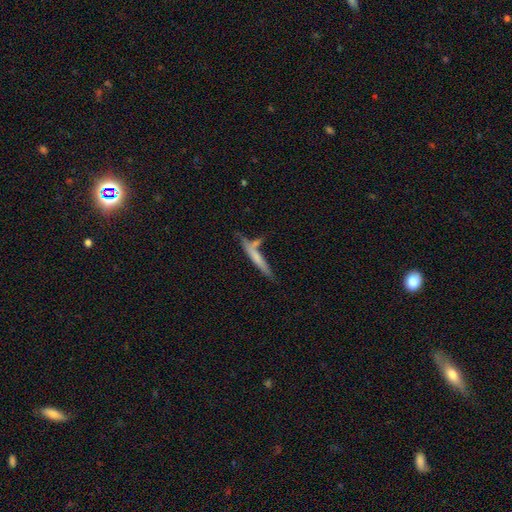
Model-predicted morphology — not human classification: A smooth galaxy with no disk features (56%) that is cigar-shaped (93%).

Vote fractions:
- Smooth or featured? smooth: 56% / featured or disk: 37% / star or artifact: 7%
- How rounded? cigar-shaped: 93% / in between: 6% / round: 2%
- Merging? none: 59% / merger: 20% / minor disturbance: 16% / major disturbance: 6%